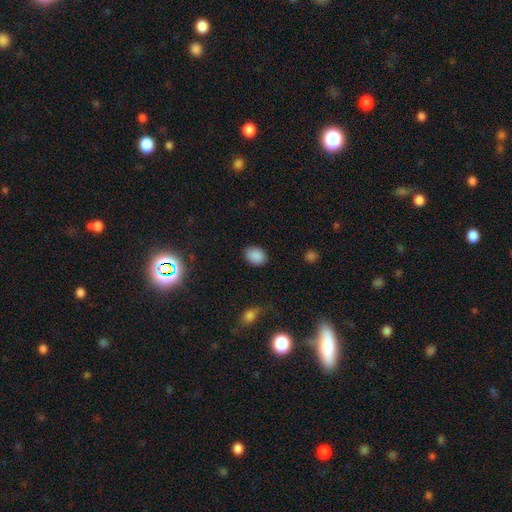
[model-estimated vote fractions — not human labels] Smooth or featured?
  - smooth: 87% *
  - star or artifact: 9%
  - featured or disk: 3%
How rounded?
  - in between: 74% *
  - round: 25%
  - cigar-shaped: 1%
Merging?
  - none: 85% *
  - minor disturbance: 11%
  - major disturbance: 3%
  - merger: 1%